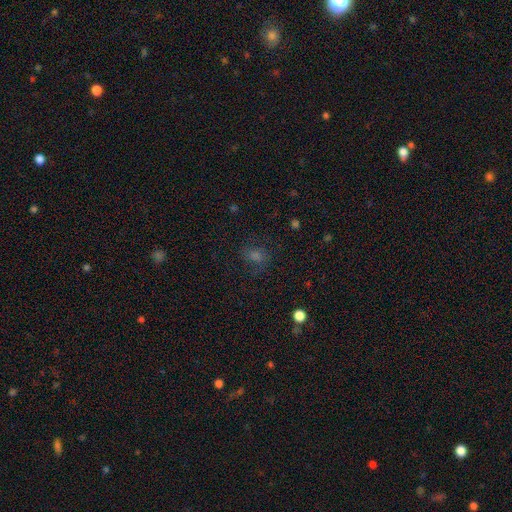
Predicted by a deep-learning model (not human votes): A smooth galaxy with no disk features (48%). Merging: none (71%).